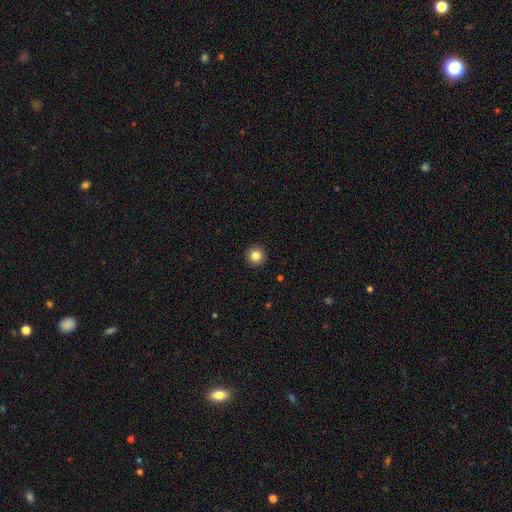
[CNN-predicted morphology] Smooth or featured? smooth (83%)
How rounded? round (96%)
Merging? none (94%)